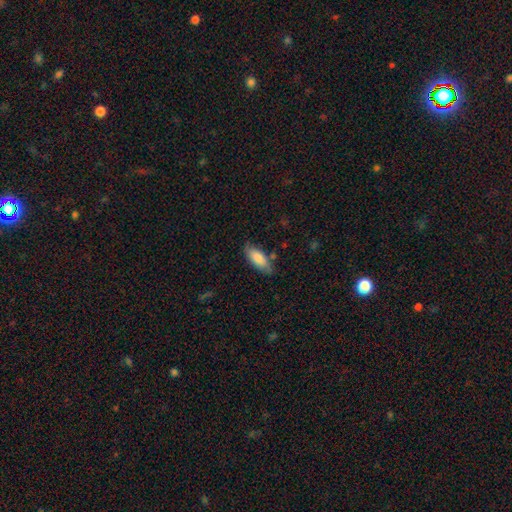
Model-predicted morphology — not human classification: Q: Smooth or featured?
A: smooth (81%); runner-up: featured or disk (12%)
Q: How rounded?
A: in between (78%); runner-up: cigar-shaped (20%)
Q: Merging?
A: none (77%); runner-up: minor disturbance (17%)